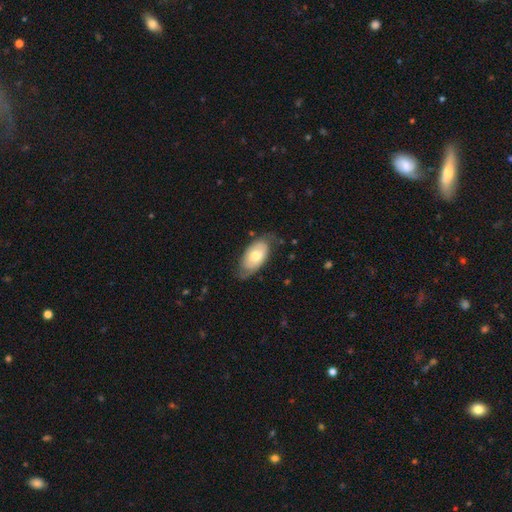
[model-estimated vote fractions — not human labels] The model was most divided on "smooth or featured": smooth: 48%, featured or disk: 47%, star or artifact: 6%. More confident: merging — none (63%).